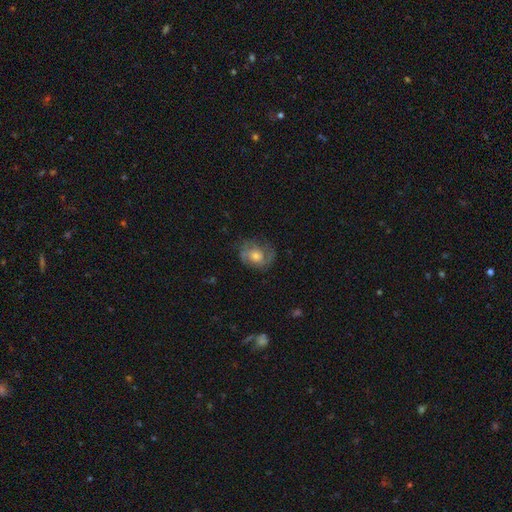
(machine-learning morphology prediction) smooth_or_featured: featured or disk (p=0.61) [alt: smooth p=0.30]
disk_edge_on: no (p=0.97) [alt: yes p=0.03]
bar: no (p=0.73) [alt: weak p=0.23]
has_spiral_arms: yes (p=0.83) [alt: no p=0.17]
bulge_size: moderate (p=0.57) [alt: small p=0.20]
merging: none (p=0.65) [alt: minor disturbance p=0.21]